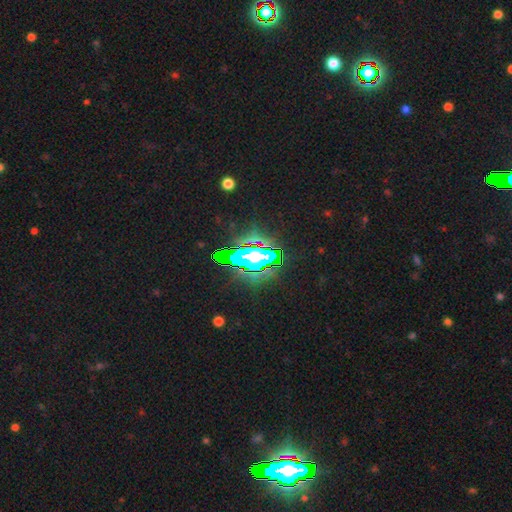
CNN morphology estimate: Q: Smooth or featured?
A: star or artifact (61%); runner-up: smooth (21%)